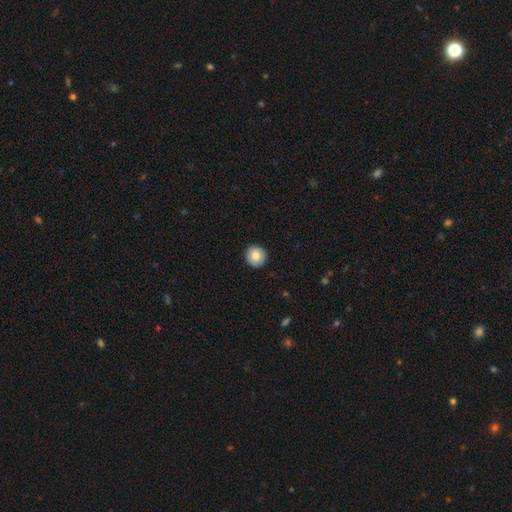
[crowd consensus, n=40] This is clearly a smooth galaxy (82%). How rounded: clearly round (94%). Merging: clearly none (90%).